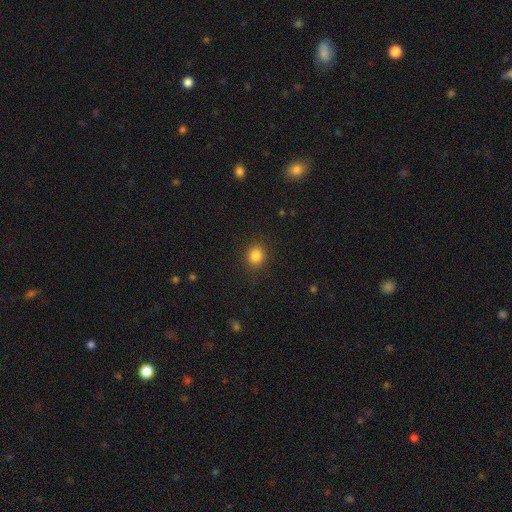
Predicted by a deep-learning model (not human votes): smooth_or_featured: smooth (p=0.84) [alt: star or artifact p=0.12]
how_rounded: round (p=0.78) [alt: in between p=0.21]
merging: none (p=0.90) [alt: minor disturbance p=0.07]